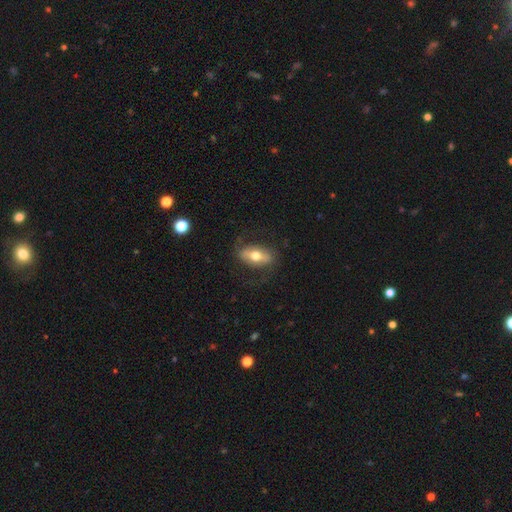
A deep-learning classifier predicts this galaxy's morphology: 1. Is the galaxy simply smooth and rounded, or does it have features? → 47% featured or disk, 46% smooth, 7% star or artifact.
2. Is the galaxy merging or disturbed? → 73% none, 16% minor disturbance, 9% major disturbance, 1% merger.